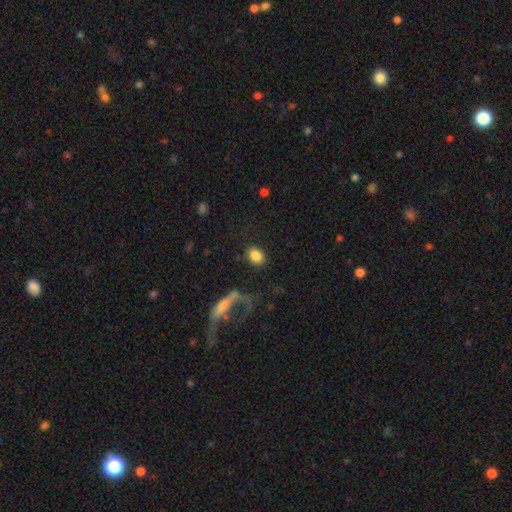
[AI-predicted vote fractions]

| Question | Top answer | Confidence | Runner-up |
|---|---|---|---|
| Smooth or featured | smooth | 85% | star or artifact (8%) |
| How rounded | in between | 58% | round (40%) |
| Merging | none | 82% | minor disturbance (9%) |